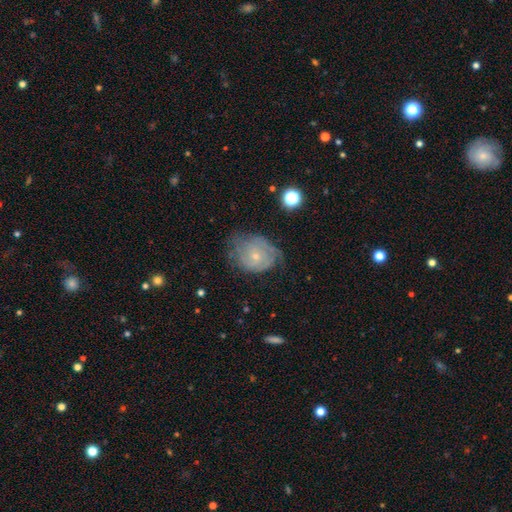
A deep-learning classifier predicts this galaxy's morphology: This appears to be a featured or disk galaxy (67%) with no bar (74%), tight (61%) spiral arms (84%) and a small central bulge (73%). Merging: none (54%).